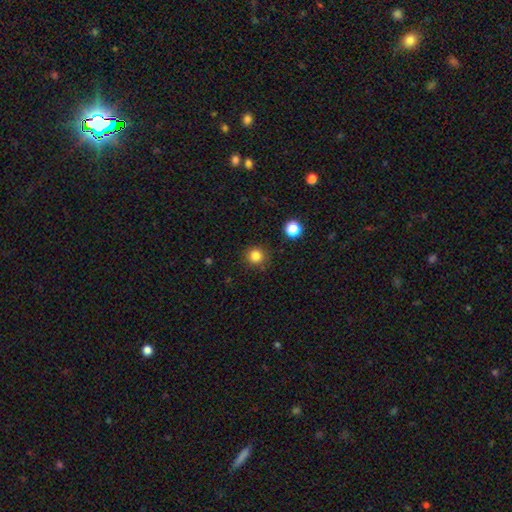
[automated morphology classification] smooth_or_featured: smooth (p=0.83) [alt: star or artifact p=0.13]
how_rounded: round (p=0.94) [alt: in between p=0.05]
merging: none (p=0.89) [alt: minor disturbance p=0.07]